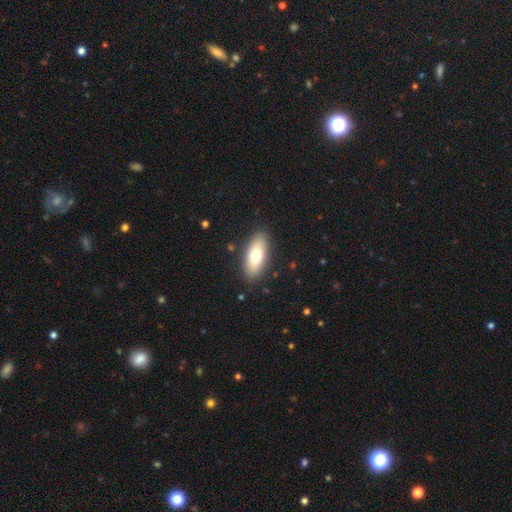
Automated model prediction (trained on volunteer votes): Smooth or featured? smooth (73%)
How rounded? in between (84%)
Merging? none (87%)